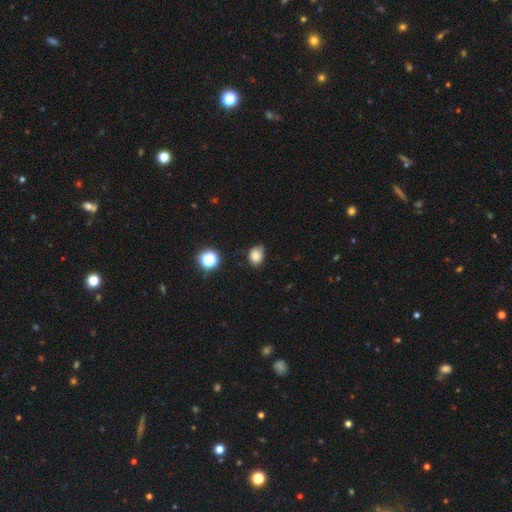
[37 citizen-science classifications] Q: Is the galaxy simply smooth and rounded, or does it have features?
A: smooth — 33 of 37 (89%).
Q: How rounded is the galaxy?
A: in between — 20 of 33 (61%).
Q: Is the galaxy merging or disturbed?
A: minor disturbance — 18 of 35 (51%).